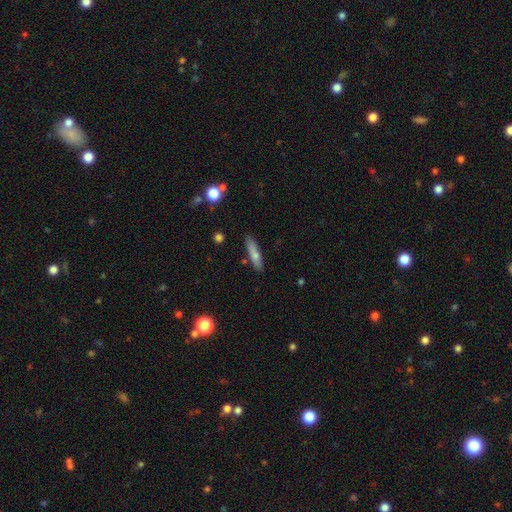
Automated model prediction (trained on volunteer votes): smooth_or_featured: smooth (p=0.64) [alt: featured or disk p=0.28]
how_rounded: cigar-shaped (p=0.82) [alt: in between p=0.16]
merging: none (p=0.83) [alt: minor disturbance p=0.11]